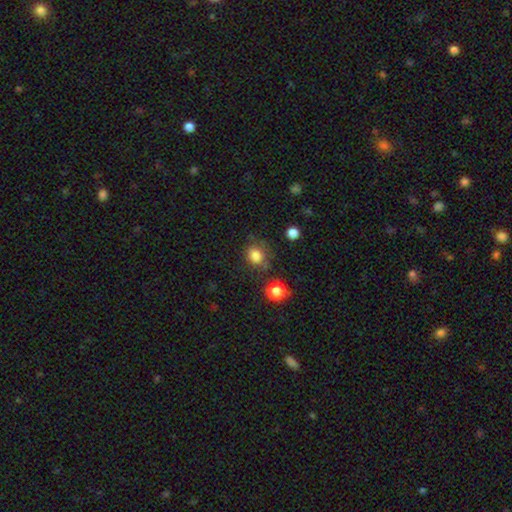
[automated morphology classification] Overall: smooth (81%). How rounded: round (70%). Merging: none (69%).